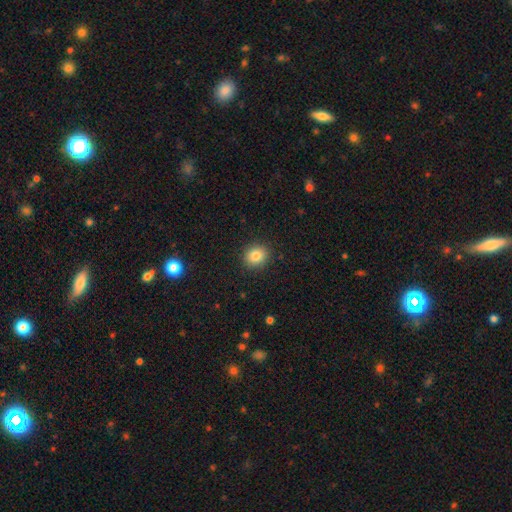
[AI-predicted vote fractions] Smooth or featured? Predicted: smooth (p=0.83). How rounded? Predicted: round (p=0.76). Merging? Predicted: none (p=0.90).